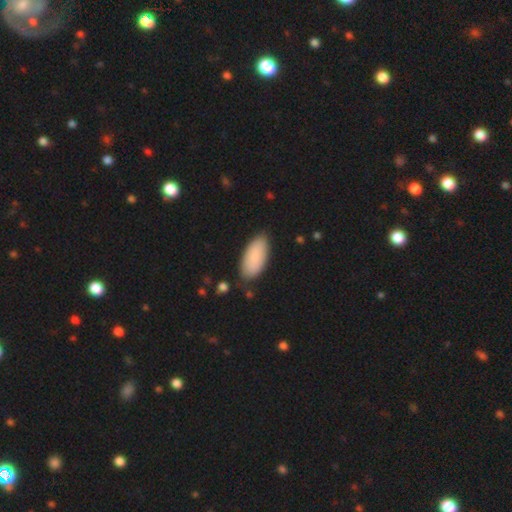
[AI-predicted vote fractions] smooth 87%, featured or disk 8%, star or artifact 6%. Down the decision tree: how rounded — in between (91%); merging — none (83%).